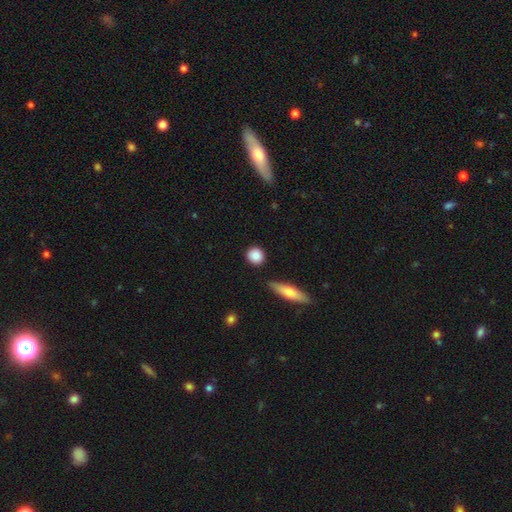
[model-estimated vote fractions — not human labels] Q: Smooth or featured?
A: smooth (86%); runner-up: star or artifact (7%)
Q: How rounded?
A: round (85%); runner-up: in between (12%)
Q: Merging?
A: none (86%); runner-up: minor disturbance (9%)